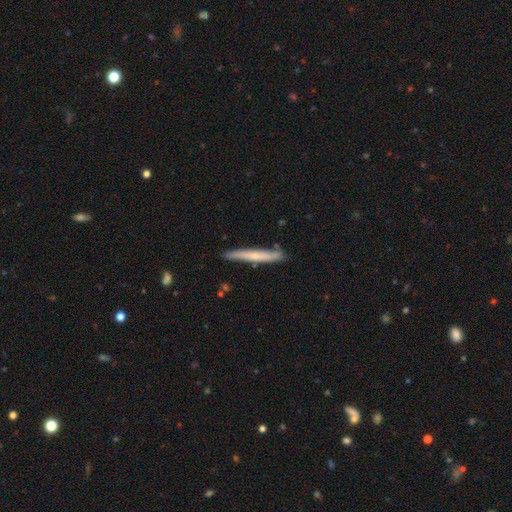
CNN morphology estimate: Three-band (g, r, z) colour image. It shows a smooth galaxy with no disk features (51%) that is cigar-shaped (96%). Merging: none (84%).